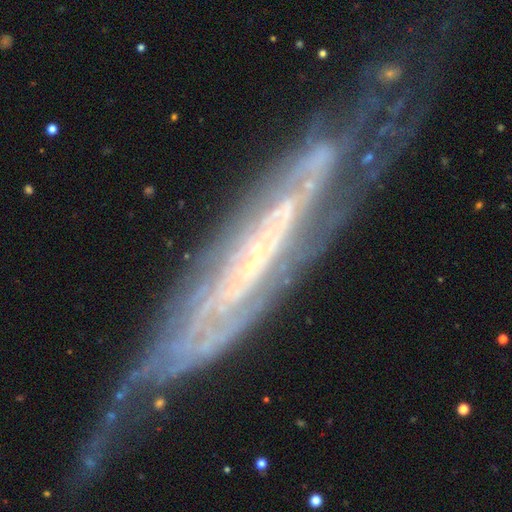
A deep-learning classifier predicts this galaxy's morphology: The model was most divided on "bar": no: 40%, weak: 31%, strong: 29%. More confident: spiral arms — yes (92%); smooth or featured — featured or disk (84%); bulge size — small (69%); edge-on disk — no (65%); merging — none (59%).